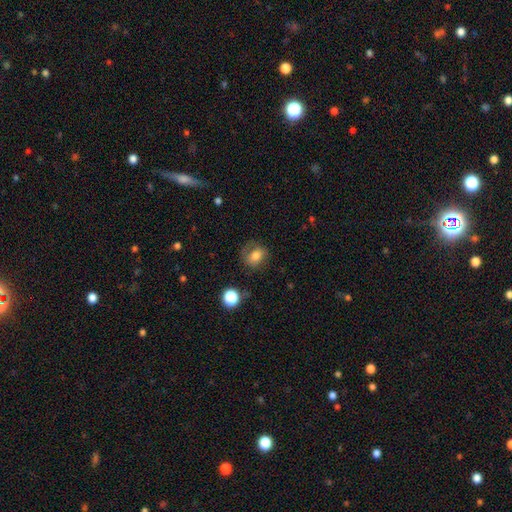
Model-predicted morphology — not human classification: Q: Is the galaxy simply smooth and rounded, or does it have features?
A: smooth — 71%.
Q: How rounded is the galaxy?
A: round — 57%.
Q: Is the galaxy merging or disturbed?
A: none — 61%.